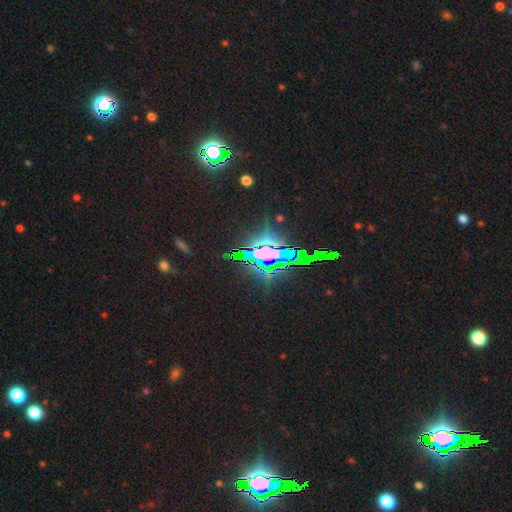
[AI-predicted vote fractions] A star or artifact, not a galaxy (85%).